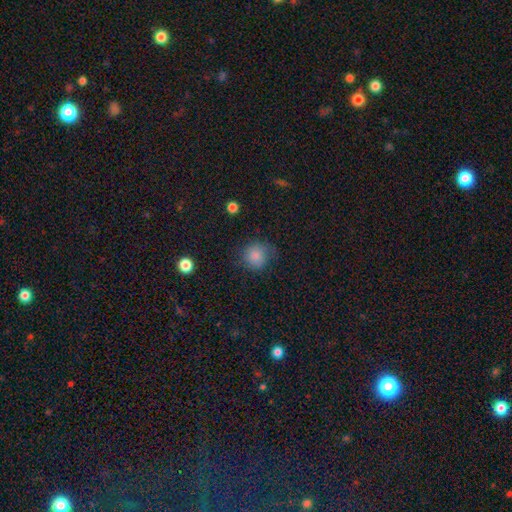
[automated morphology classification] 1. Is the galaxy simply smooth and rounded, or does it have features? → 83% smooth, 11% star or artifact, 6% featured or disk.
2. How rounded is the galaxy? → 88% round, 11% in between, 1% cigar-shaped.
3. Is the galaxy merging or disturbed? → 73% none, 19% minor disturbance, 7% major disturbance, 2% merger.